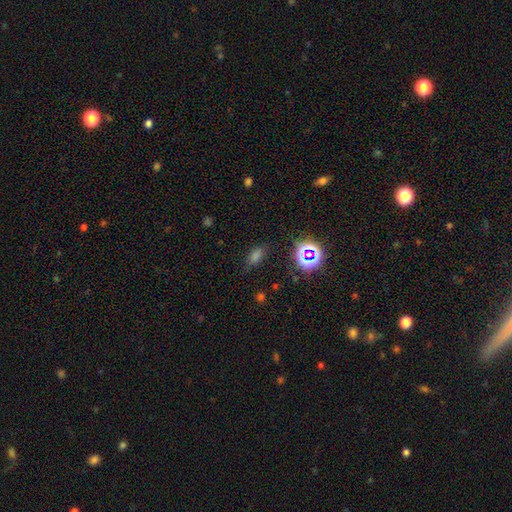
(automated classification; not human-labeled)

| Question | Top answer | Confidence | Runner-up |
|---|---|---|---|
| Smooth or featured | smooth | 63% | star or artifact (30%) |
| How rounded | in between | 79% | round (11%) |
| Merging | none | 77% | minor disturbance (15%) |